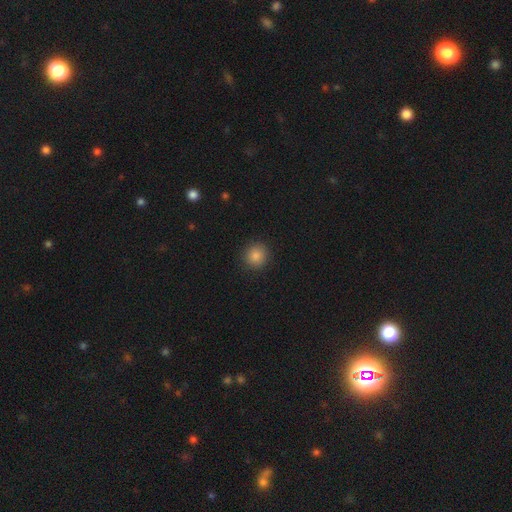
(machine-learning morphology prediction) The model was most divided on "smooth or featured": smooth: 85%, star or artifact: 11%, featured or disk: 4%. More confident: how rounded — round (92%); merging — none (91%).